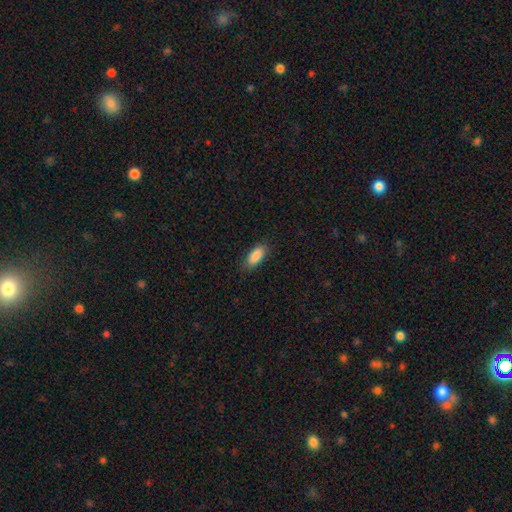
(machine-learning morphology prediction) This is clearly a smooth galaxy (89%). How rounded: clearly in between (84%). Merging: clearly none (85%).